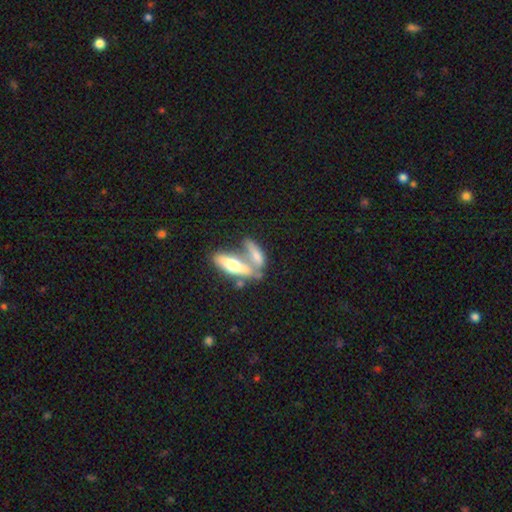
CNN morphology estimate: type=smooth (56%); roundness=in between (49%); merging=merger (58%).